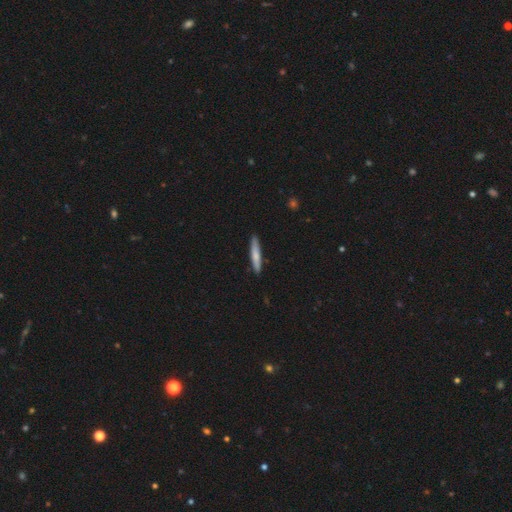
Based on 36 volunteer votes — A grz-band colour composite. It shows a smooth galaxy with no disk features (86%) that is cigar-shaped (94%). Merging: none (97%).